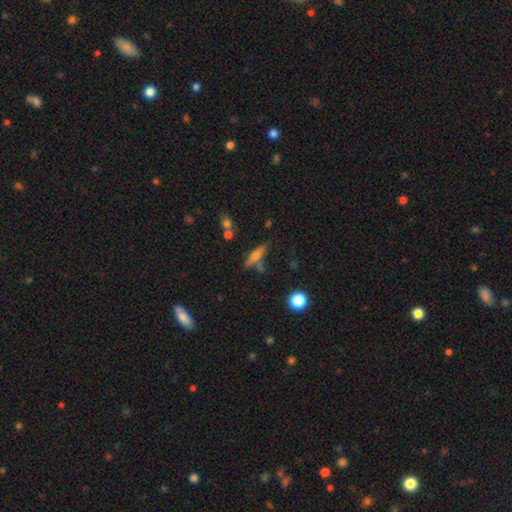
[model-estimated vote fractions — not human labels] Morphology: type=smooth (53%); roundness=cigar-shaped (70%); merging=none (59%).